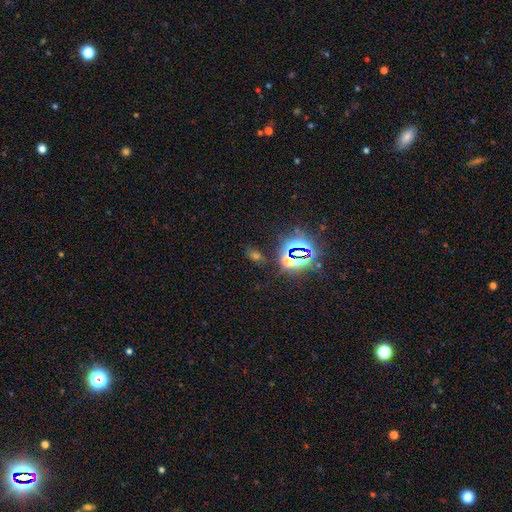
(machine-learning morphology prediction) Smooth or featured? star or artifact (60%)